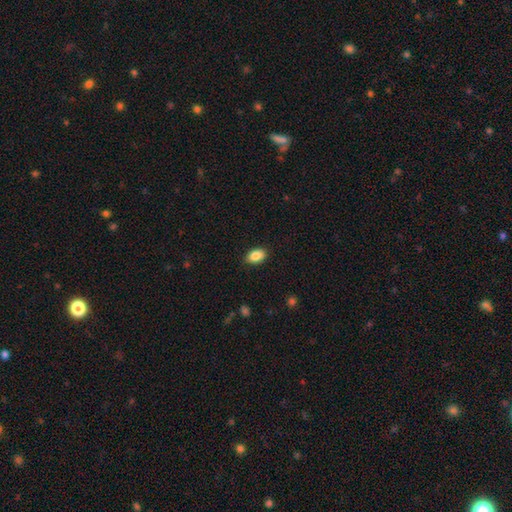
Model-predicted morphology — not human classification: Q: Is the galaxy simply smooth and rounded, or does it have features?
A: smooth — 87%.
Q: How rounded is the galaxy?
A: in between — 90%.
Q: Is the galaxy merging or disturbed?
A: none — 87%.